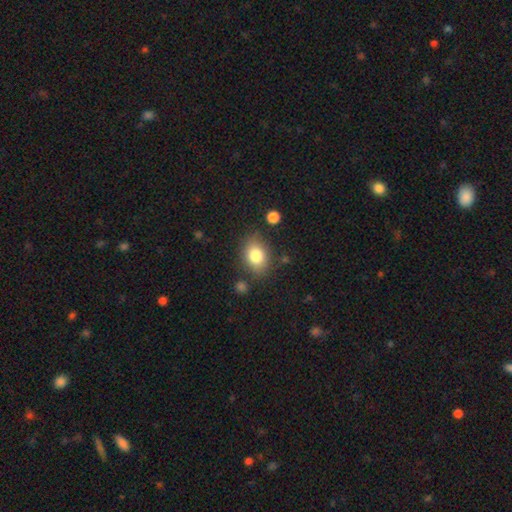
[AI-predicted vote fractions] smooth-or-featured: smooth: 81% | featured or disk: 10% | star or artifact: 9%
  how-rounded: in between: 67% | round: 32% | cigar-shaped: 1%
  merging: none: 78% | minor disturbance: 15% | major disturbance: 4% | merger: 4%